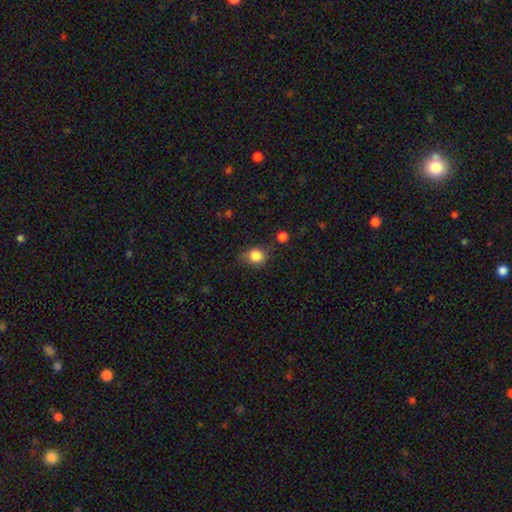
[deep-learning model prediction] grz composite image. It shows a smooth galaxy with no disk features (84%) that is round (70%). Merging: none (70%).